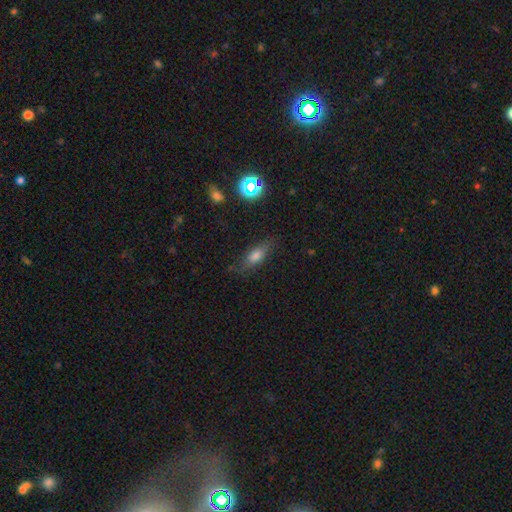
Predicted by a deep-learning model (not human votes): A smooth galaxy with no disk features (66%) that is in between round and cigar-shaped (63%).

Vote fractions:
- Smooth or featured? smooth: 66% / featured or disk: 21% / star or artifact: 13%
- How rounded? in between: 63% / cigar-shaped: 32% / round: 6%
- Merging? none: 75% / minor disturbance: 18% / major disturbance: 5% / merger: 2%